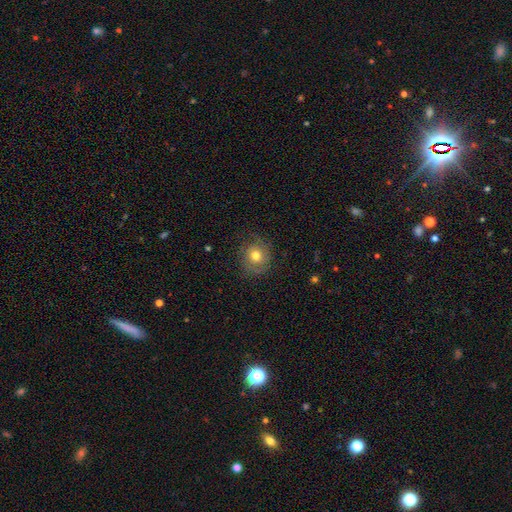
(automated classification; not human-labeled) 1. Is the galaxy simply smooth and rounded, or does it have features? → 58% smooth, 31% featured or disk, 10% star or artifact.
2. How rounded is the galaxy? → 82% round, 17% in between, 1% cigar-shaped.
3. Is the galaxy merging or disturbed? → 75% none, 16% minor disturbance, 8% major disturbance, 1% merger.